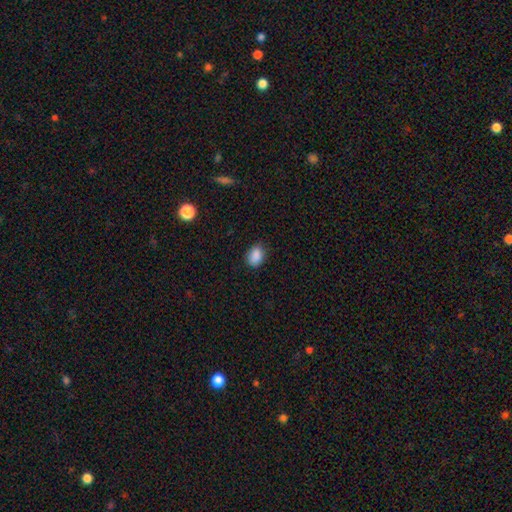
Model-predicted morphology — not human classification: Smooth or featured: smooth — 88% (star or artifact — 9%)
How rounded: in between — 74% (round — 25%)
Merging: none — 81% (minor disturbance — 15%)